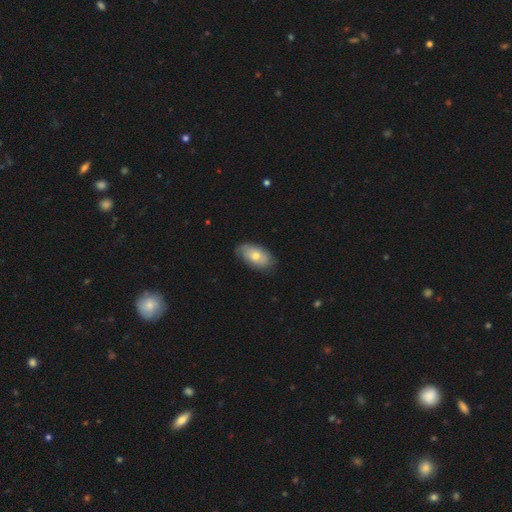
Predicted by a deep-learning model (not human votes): Overall: smooth (60%; featured or disk 33%). How rounded: in between (93%). Merging: none (76%).